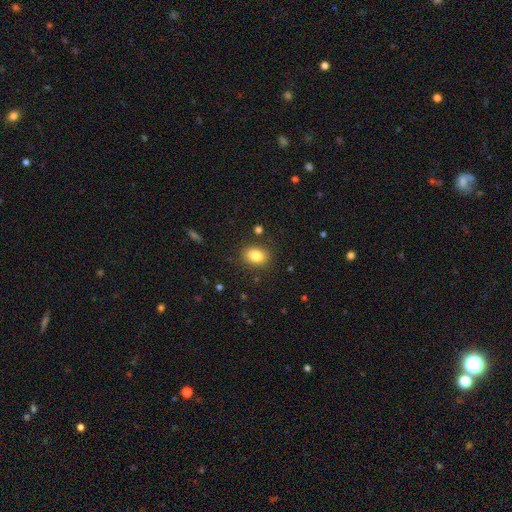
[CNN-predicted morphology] Q: Smooth or featured?
A: smooth (84%); runner-up: star or artifact (10%)
Q: How rounded?
A: in between (67%); runner-up: round (32%)
Q: Merging?
A: none (86%); runner-up: minor disturbance (9%)